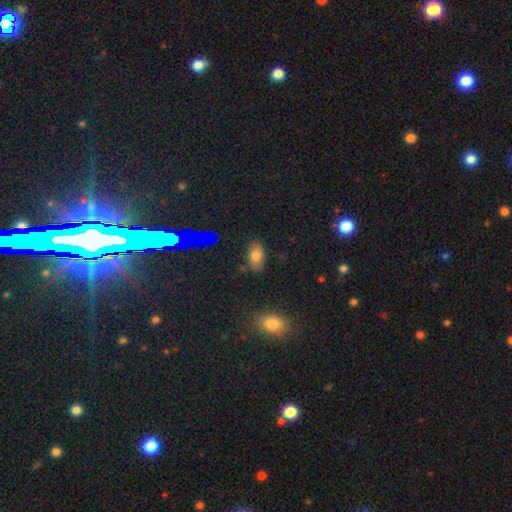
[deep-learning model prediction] Smooth or featured? Predicted: smooth (p=0.74). How rounded? Predicted: in between (p=0.91). Merging? Predicted: none (p=0.82).